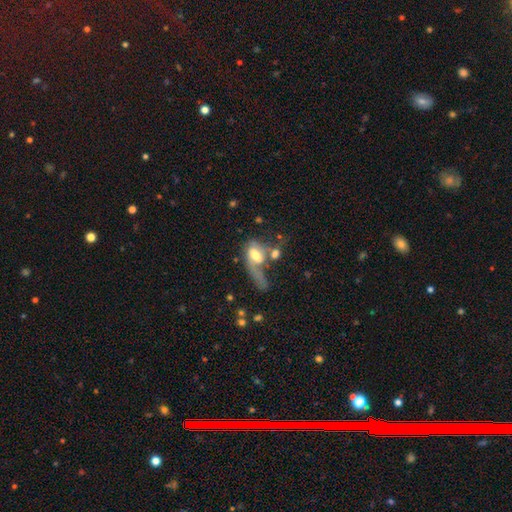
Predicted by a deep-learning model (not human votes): Smooth or featured?
  - smooth: 51% *
  - featured or disk: 41%
  - star or artifact: 8%
How rounded?
  - in between: 81% *
  - round: 10%
  - cigar-shaped: 9%
Merging?
  - major disturbance: 43% *
  - merger: 30%
  - none: 16%
  - minor disturbance: 11%